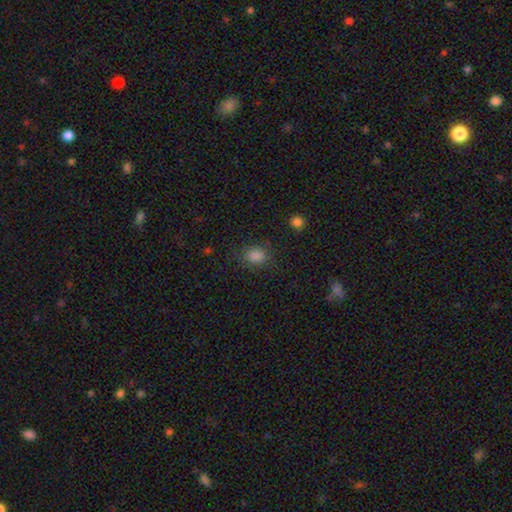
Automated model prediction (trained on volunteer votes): smooth_or_featured: smooth (p=0.81) [alt: star or artifact p=0.15]
how_rounded: in between (p=0.60) [alt: round p=0.39]
merging: none (p=0.79) [alt: minor disturbance p=0.14]